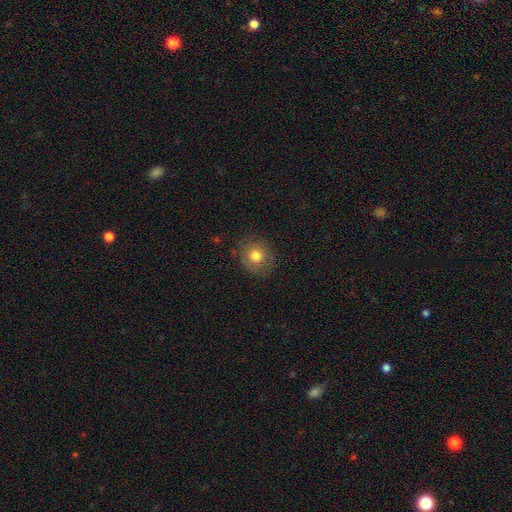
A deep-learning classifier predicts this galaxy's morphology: smooth_or_featured: smooth (p=0.74) [alt: featured or disk p=0.15]
how_rounded: round (p=0.82) [alt: in between p=0.17]
merging: none (p=0.81) [alt: minor disturbance p=0.13]